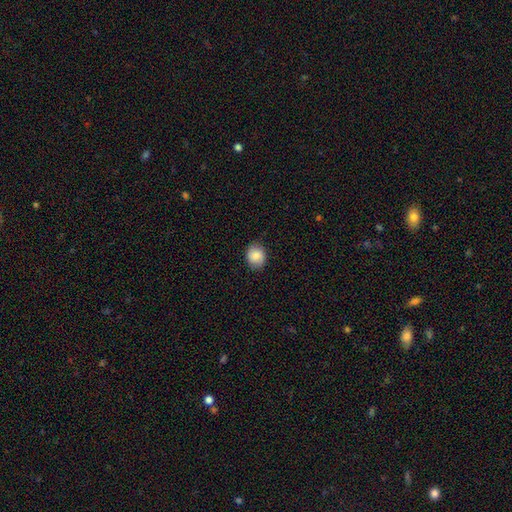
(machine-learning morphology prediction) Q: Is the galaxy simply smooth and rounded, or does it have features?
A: smooth — 83%.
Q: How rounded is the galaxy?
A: round — 63%.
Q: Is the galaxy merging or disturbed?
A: none — 85%.